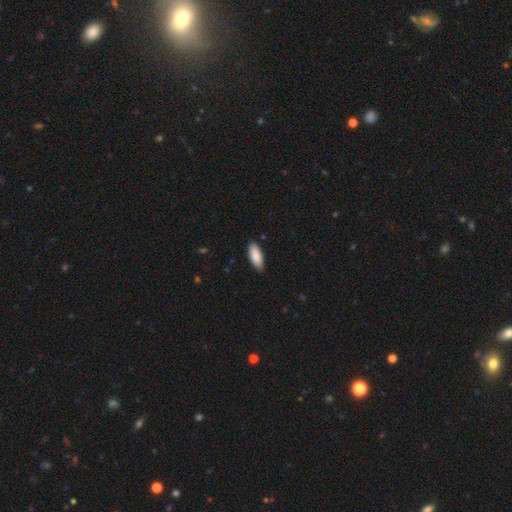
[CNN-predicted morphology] Smooth or featured: smooth — 88% (featured or disk — 6%)
How rounded: in between — 79% (cigar-shaped — 19%)
Merging: none — 83% (minor disturbance — 14%)